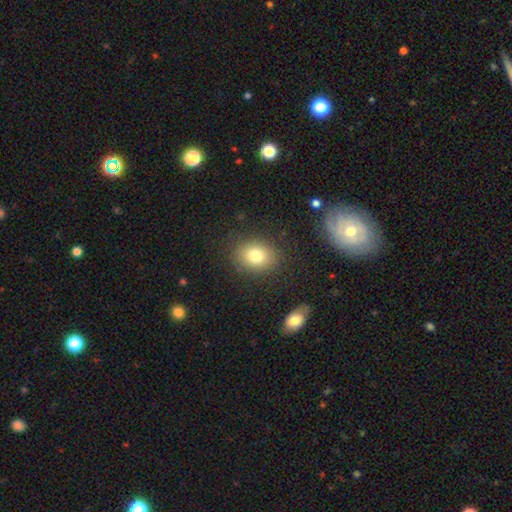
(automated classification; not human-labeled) This is likely a smooth galaxy (78%). How rounded: possibly round (52%). Merging: clearly none (85%).